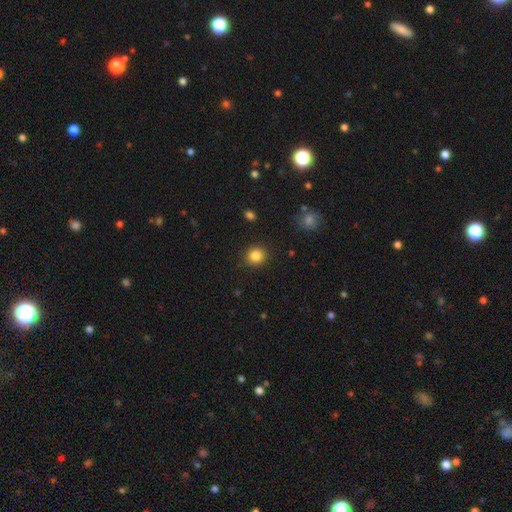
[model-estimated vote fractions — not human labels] Overall: smooth (84%). How rounded: round (88%). Merging: none (89%).